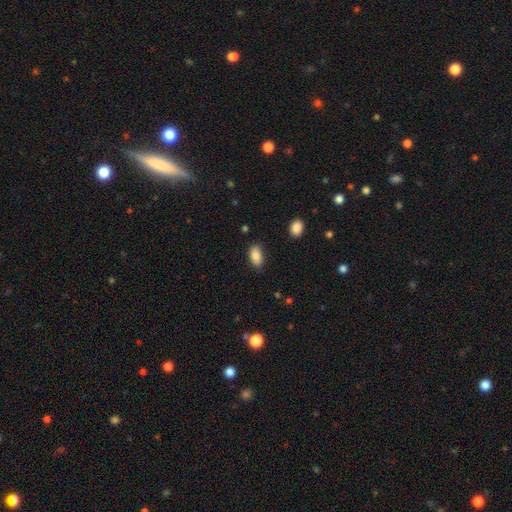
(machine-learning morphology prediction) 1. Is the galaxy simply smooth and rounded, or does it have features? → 85% smooth, 8% featured or disk, 8% star or artifact.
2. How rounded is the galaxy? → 93% in between, 4% round, 3% cigar-shaped.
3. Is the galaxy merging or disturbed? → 80% none, 15% minor disturbance, 3% major disturbance, 2% merger.